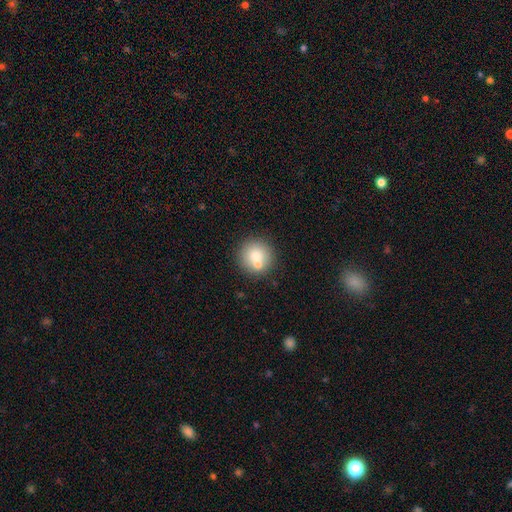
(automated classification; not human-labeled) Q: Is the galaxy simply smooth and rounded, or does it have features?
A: smooth — 74%.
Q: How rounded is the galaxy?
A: round — 94%.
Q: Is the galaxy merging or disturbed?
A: none — 68%.